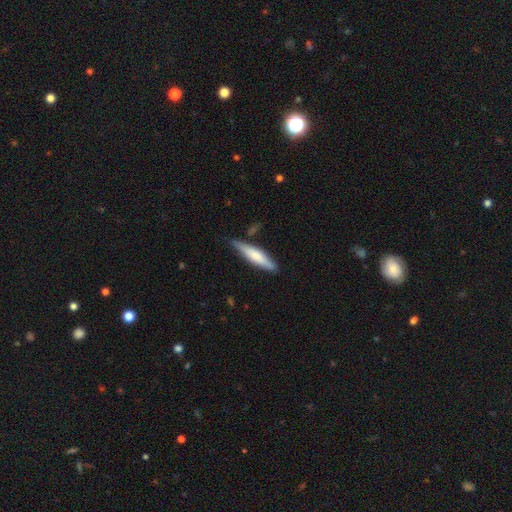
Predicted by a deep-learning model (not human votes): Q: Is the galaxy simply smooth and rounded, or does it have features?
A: smooth — 60%.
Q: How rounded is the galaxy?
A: cigar-shaped — 80%.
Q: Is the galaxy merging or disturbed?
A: none — 76%.